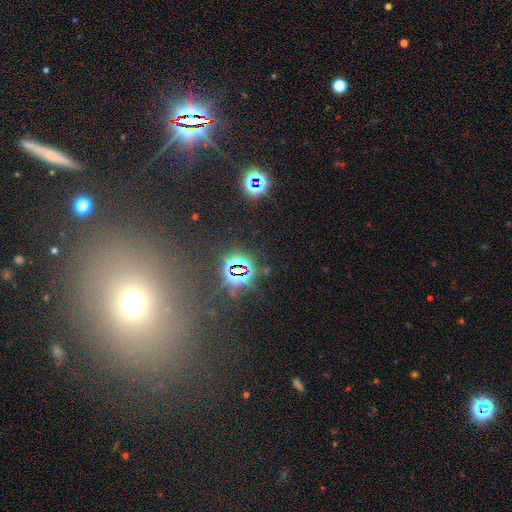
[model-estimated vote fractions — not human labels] Smooth or featured?
  - star or artifact: 49% *
  - smooth: 38%
  - featured or disk: 13%